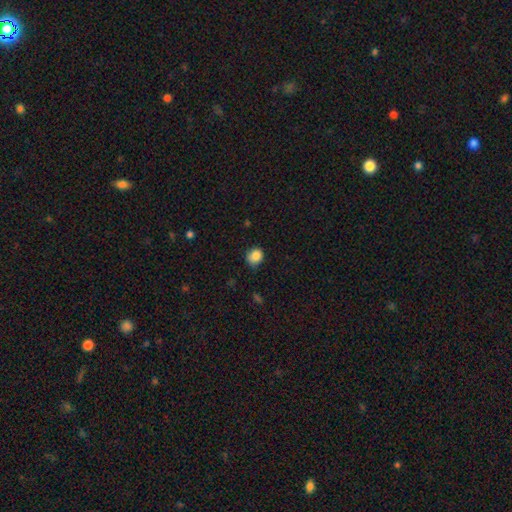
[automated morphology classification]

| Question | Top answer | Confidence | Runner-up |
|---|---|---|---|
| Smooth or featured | smooth | 85% | star or artifact (10%) |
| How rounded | round | 74% | in between (25%) |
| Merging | none | 65% | minor disturbance (28%) |